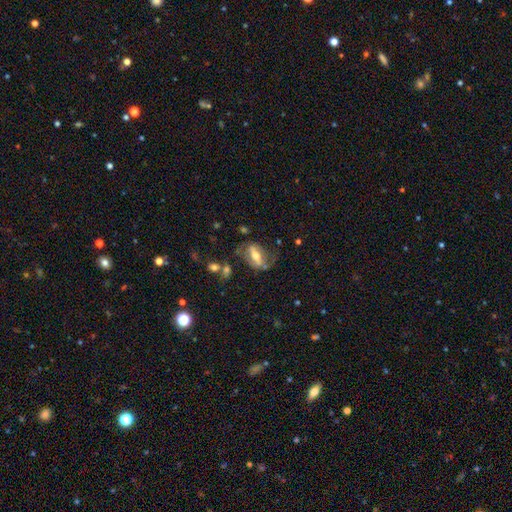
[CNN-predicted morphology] smooth_or_featured: featured or disk (p=0.57) [alt: smooth p=0.35]
disk_edge_on: no (p=0.76) [alt: yes p=0.24]
merging: none (p=0.50) [alt: minor disturbance p=0.23]